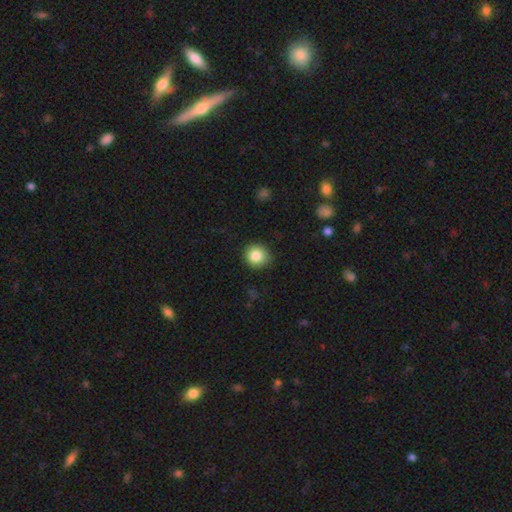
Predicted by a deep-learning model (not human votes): Smooth or featured? smooth (84%)
How rounded? round (89%)
Merging? none (89%)